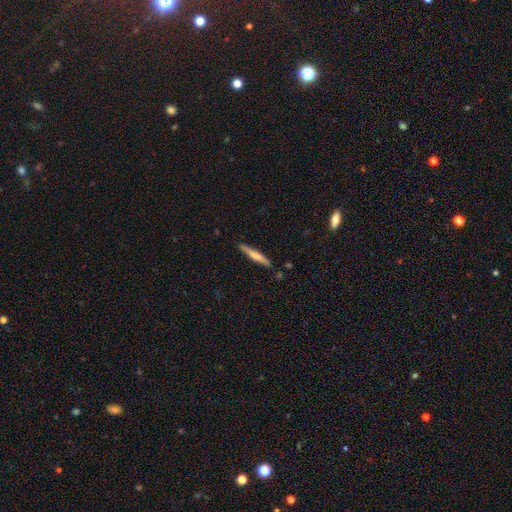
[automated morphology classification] This appears to be a smooth galaxy with no disk features (62%) that is cigar-shaped (93%). Merging: none (88%).